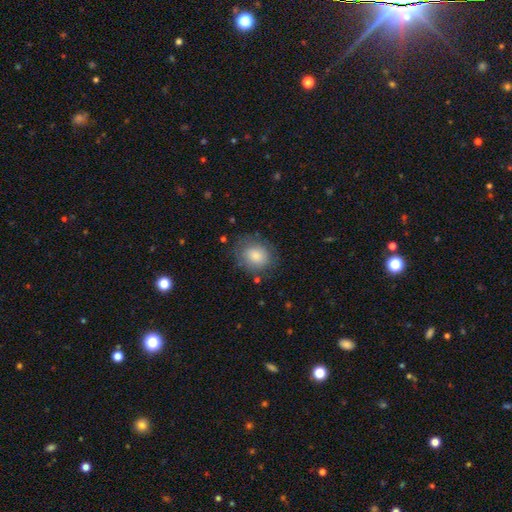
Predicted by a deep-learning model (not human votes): A smooth galaxy with no disk features (83%) that is round (67%).

Vote fractions:
- Smooth or featured? smooth: 83% / featured or disk: 9% / star or artifact: 8%
- How rounded? round: 67% / in between: 32% / cigar-shaped: 1%
- Merging? none: 76% / minor disturbance: 16% / major disturbance: 6% / merger: 2%